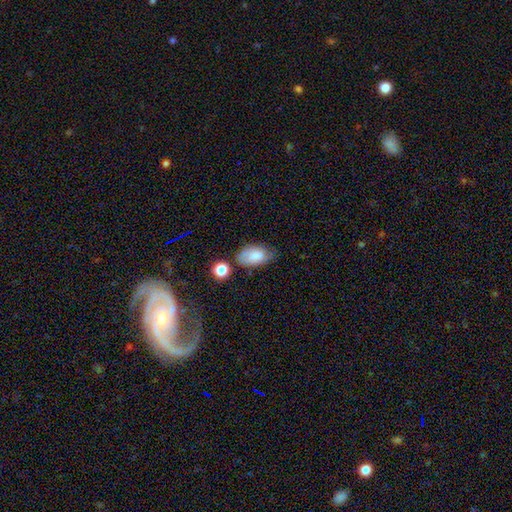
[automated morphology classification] smooth_or_featured: smooth (p=0.77) [alt: featured or disk p=0.14]
how_rounded: in between (p=0.92) [alt: round p=0.06]
merging: none (p=0.57) [alt: minor disturbance p=0.27]